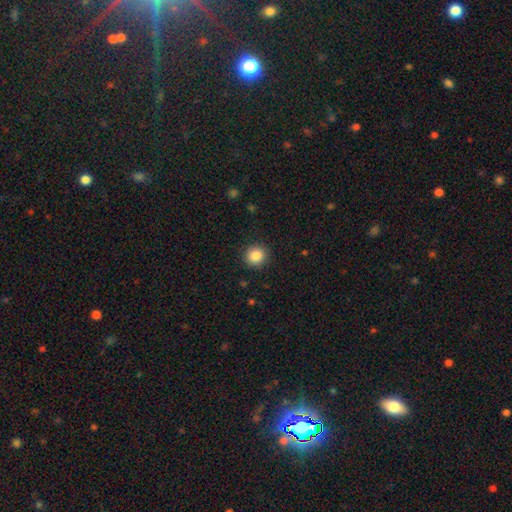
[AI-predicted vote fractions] Smooth or featured?
  - smooth: 86% *
  - star or artifact: 10%
  - featured or disk: 5%
How rounded?
  - round: 92% *
  - in between: 7%
  - cigar-shaped: 1%
Merging?
  - none: 91% *
  - minor disturbance: 6%
  - major disturbance: 2%
  - merger: 1%